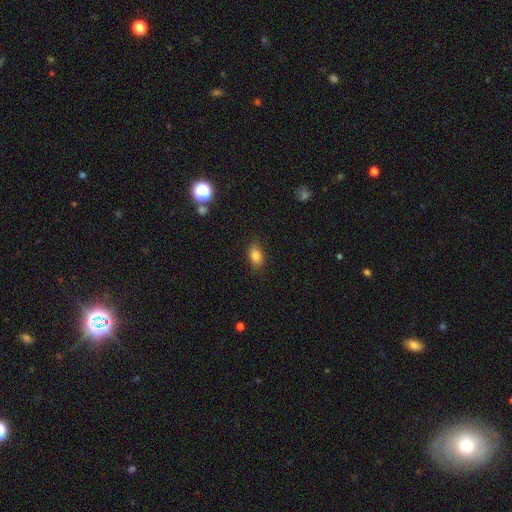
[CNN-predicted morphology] The model was most divided on "how rounded": in between: 83%, round: 15%, cigar-shaped: 2%. More confident: merging — none (85%); smooth or featured — smooth (83%).